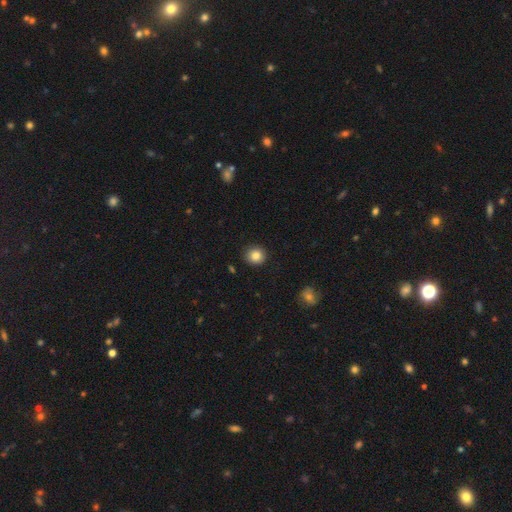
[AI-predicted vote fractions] A smooth galaxy with no disk features (85%) that is round (89%).

Vote fractions:
- Smooth or featured? smooth: 85% / star or artifact: 10% / featured or disk: 6%
- How rounded? round: 89% / in between: 10% / cigar-shaped: 1%
- Merging? none: 90% / minor disturbance: 7% / major disturbance: 2% / merger: 1%